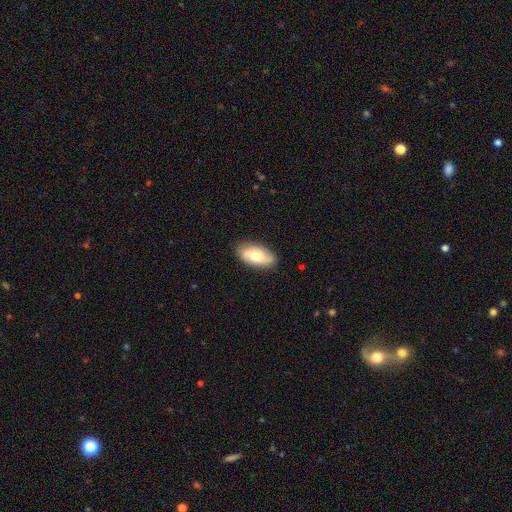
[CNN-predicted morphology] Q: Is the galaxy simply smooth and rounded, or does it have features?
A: smooth — 63%.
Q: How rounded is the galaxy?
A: in between — 91%.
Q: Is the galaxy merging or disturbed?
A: none — 85%.